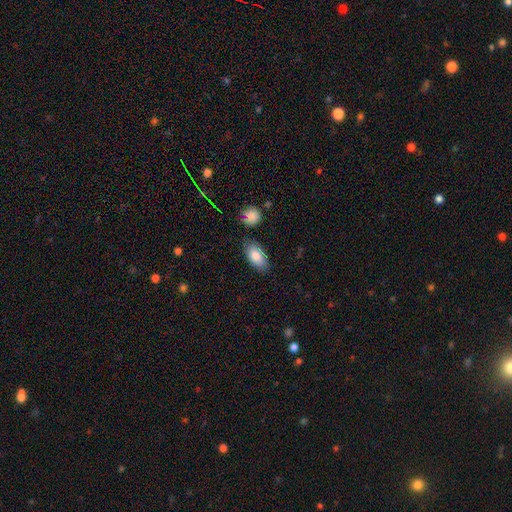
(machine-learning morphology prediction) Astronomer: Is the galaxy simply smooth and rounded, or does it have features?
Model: smooth — 83%.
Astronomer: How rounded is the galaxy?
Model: in between — 93%.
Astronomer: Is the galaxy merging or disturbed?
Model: none — 80%.